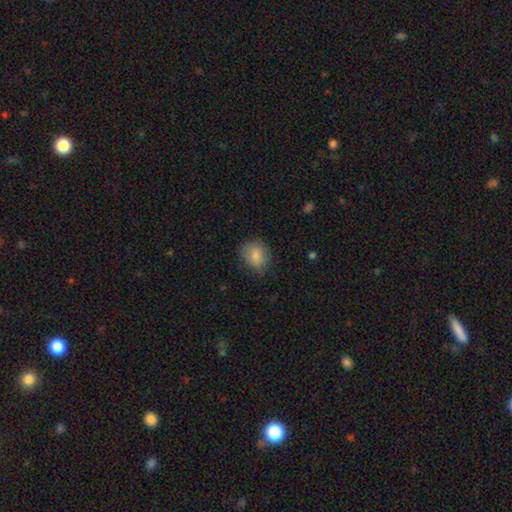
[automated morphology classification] Overall: smooth (83%). How rounded: round (54%; in between 45%). Merging: none (73%).